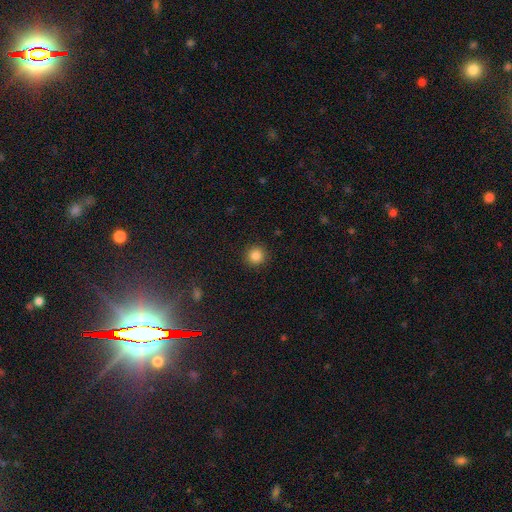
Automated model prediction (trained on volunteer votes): Smooth or featured? Predicted: smooth (p=0.85). How rounded? Predicted: round (p=0.95). Merging? Predicted: none (p=0.92).